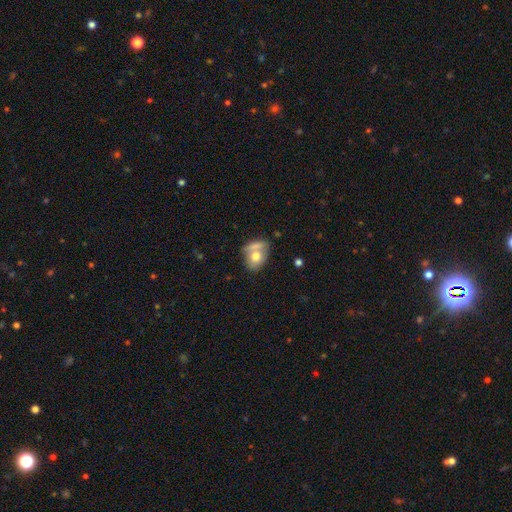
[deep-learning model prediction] smooth 71%, featured or disk 22%, star or artifact 8%. Down the decision tree: how rounded — in between (57%); merging — merger (40%).